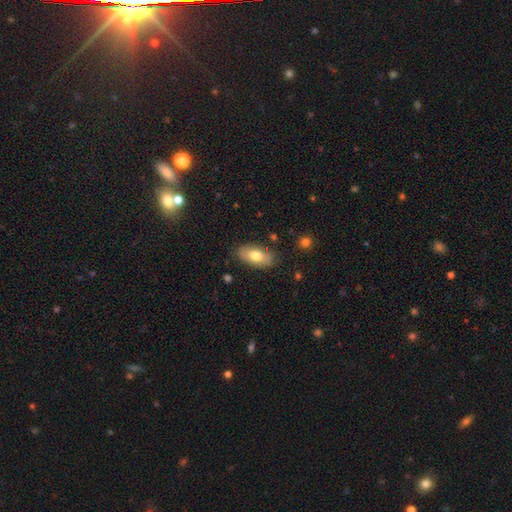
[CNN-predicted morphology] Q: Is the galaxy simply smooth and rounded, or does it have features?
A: smooth — 73%.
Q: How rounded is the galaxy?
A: in between — 91%.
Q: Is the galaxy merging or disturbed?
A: none — 82%.